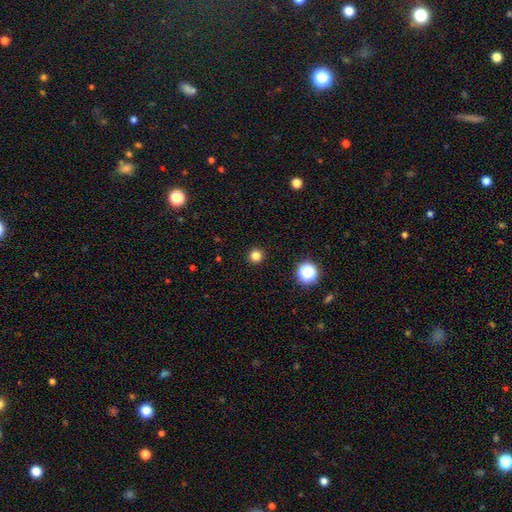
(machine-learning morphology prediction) Smooth or featured? Predicted: smooth (p=0.81). How rounded? Predicted: round (p=0.95). Merging? Predicted: none (p=0.93).